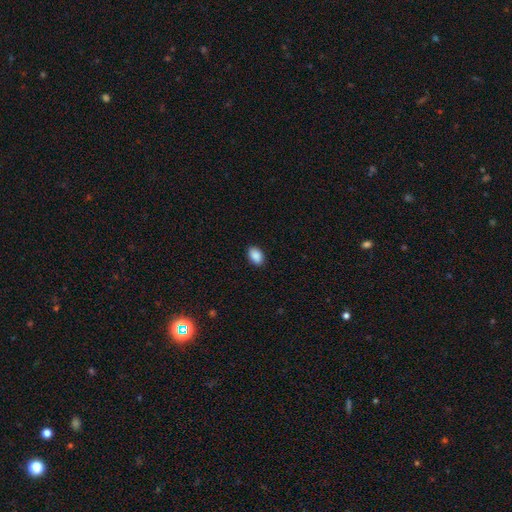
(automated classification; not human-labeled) smooth 90%, star or artifact 7%, featured or disk 3%. Down the decision tree: how rounded — in between (89%); merging — none (89%).